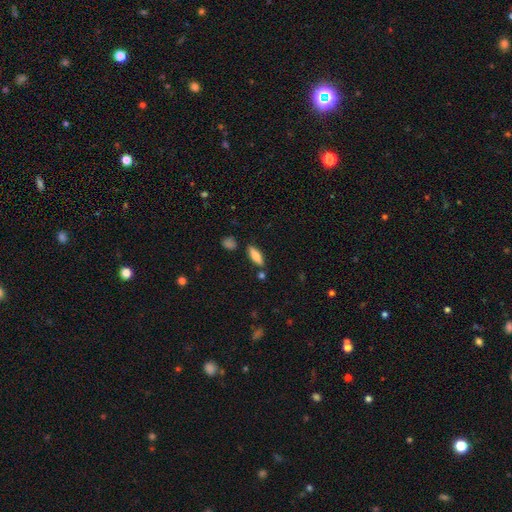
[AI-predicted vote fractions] Morphology: type=smooth (74%); roundness=in between (53%); merging=none (80%).